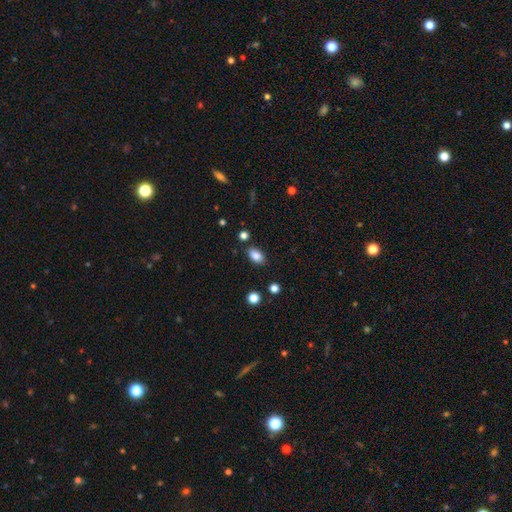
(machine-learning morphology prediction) Smooth or featured?
  - smooth: 86% *
  - star or artifact: 9%
  - featured or disk: 5%
How rounded?
  - in between: 89% *
  - round: 9%
  - cigar-shaped: 2%
Merging?
  - none: 84% *
  - minor disturbance: 10%
  - merger: 3%
  - major disturbance: 3%